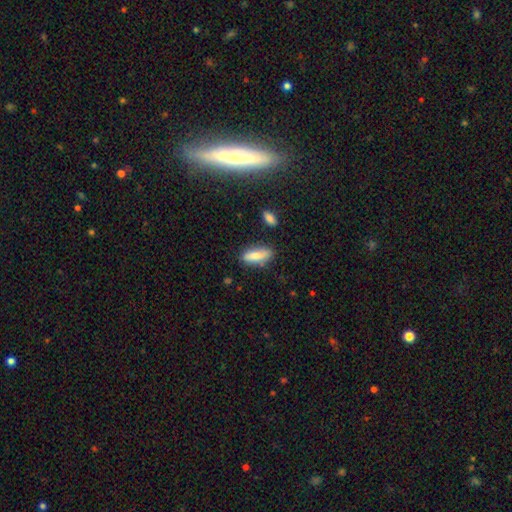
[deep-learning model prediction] A smooth galaxy with no disk features (79%) that is in between round and cigar-shaped (61%).

Vote fractions:
- Smooth or featured? smooth: 79% / featured or disk: 14% / star or artifact: 7%
- How rounded? in between: 61% / cigar-shaped: 37% / round: 2%
- Merging? none: 76% / minor disturbance: 16% / merger: 4% / major disturbance: 4%